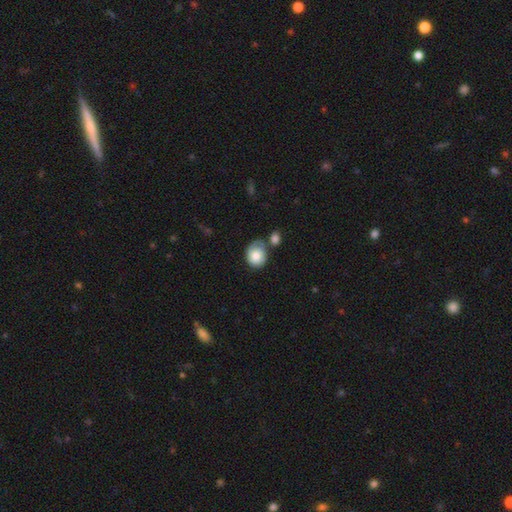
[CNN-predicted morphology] Smooth or featured: smooth — 69% (featured or disk — 25%)
How rounded: round — 56% (in between — 43%)
Merging: none — 40% (minor disturbance — 24%)